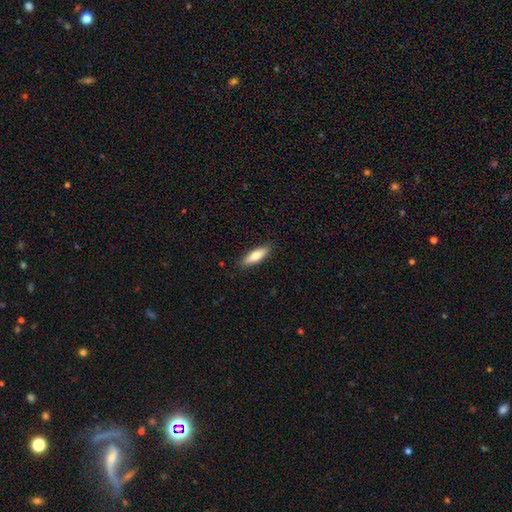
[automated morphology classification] This appears to be a smooth galaxy with no disk features (73%) that is cigar-shaped (53%). Merging: none (88%).